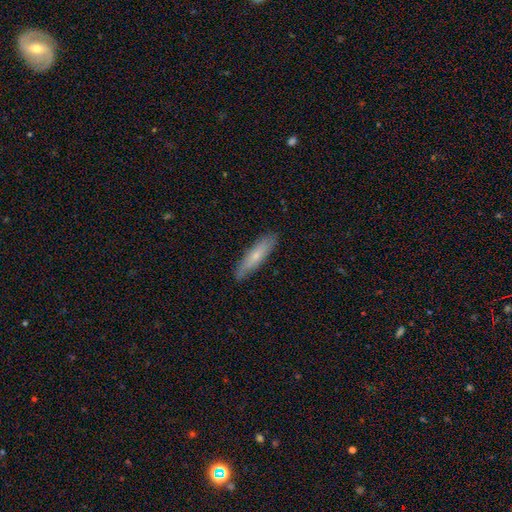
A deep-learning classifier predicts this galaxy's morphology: smooth_or_featured: smooth (p=0.63) [alt: featured or disk p=0.31]
how_rounded: cigar-shaped (p=0.79) [alt: in between p=0.20]
merging: none (p=0.85) [alt: minor disturbance p=0.12]